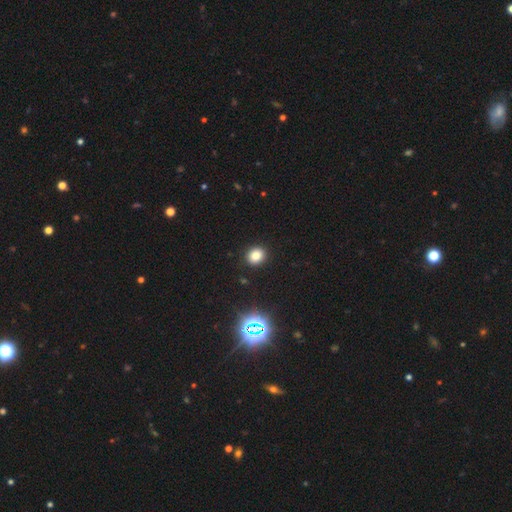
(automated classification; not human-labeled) A smooth galaxy with no disk features (79%) that is round (76%).

Vote fractions:
- Smooth or featured? smooth: 79% / star or artifact: 15% / featured or disk: 6%
- How rounded? round: 76% / in between: 23% / cigar-shaped: 1%
- Merging? none: 91% / minor disturbance: 5% / major disturbance: 2% / merger: 1%